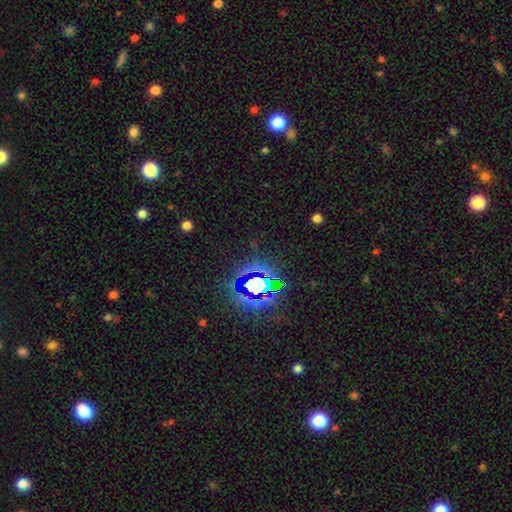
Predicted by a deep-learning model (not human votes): This appears to be a star or artifact, not a galaxy (81%).